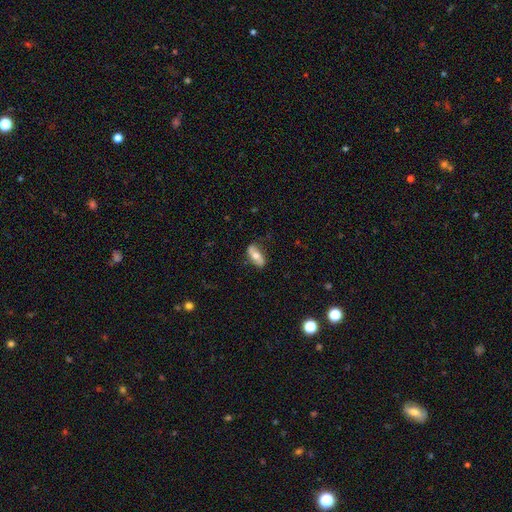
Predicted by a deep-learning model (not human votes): Morphology: type=smooth (48%); merging=none (78%).